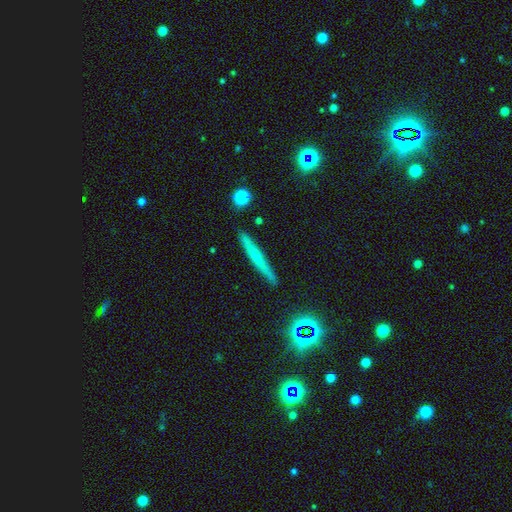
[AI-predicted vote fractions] Morphology: type=smooth (50%); merging=none (88%).